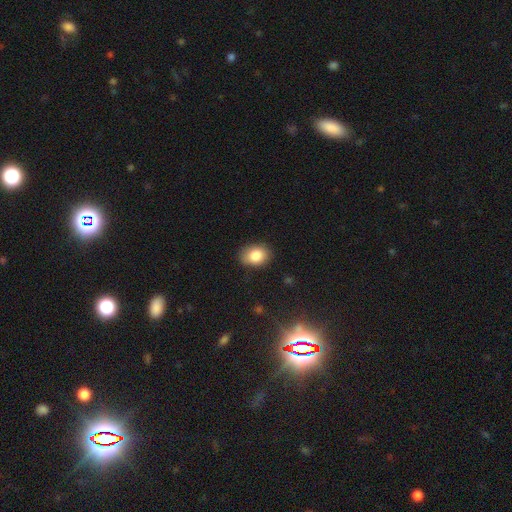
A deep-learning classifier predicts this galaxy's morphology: Smooth or featured? smooth (85%)
How rounded? in between (65%)
Merging? none (83%)